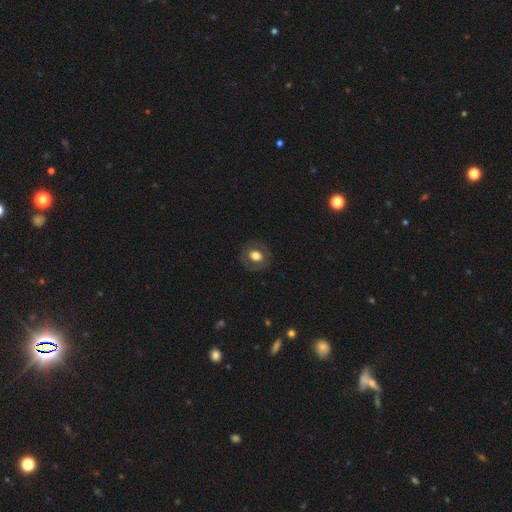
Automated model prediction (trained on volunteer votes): This appears to be a smooth galaxy with no disk features (63%) that is round (65%). Merging: none (84%).